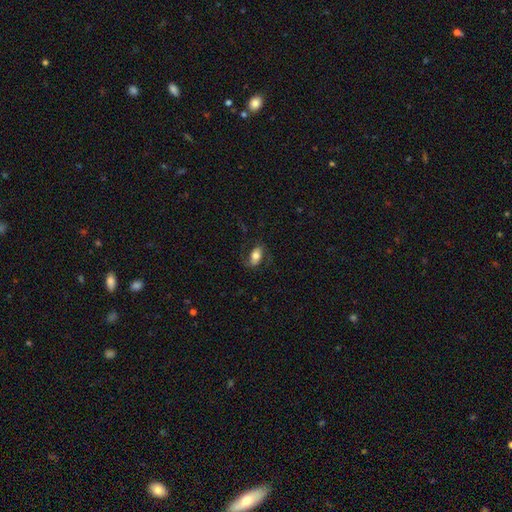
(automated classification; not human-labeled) A smooth galaxy with no disk features (60%) that is in between round and cigar-shaped (89%).

Vote fractions:
- Smooth or featured? smooth: 60% / featured or disk: 32% / star or artifact: 8%
- How rounded? in between: 89% / round: 7% / cigar-shaped: 4%
- Merging? none: 68% / minor disturbance: 19% / major disturbance: 12% / merger: 1%